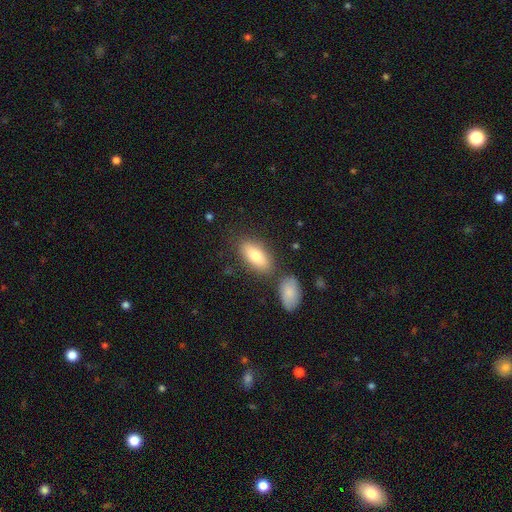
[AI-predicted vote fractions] smooth 77%, featured or disk 17%, star or artifact 7%. Down the decision tree: how rounded — in between (84%); merging — none (72%).